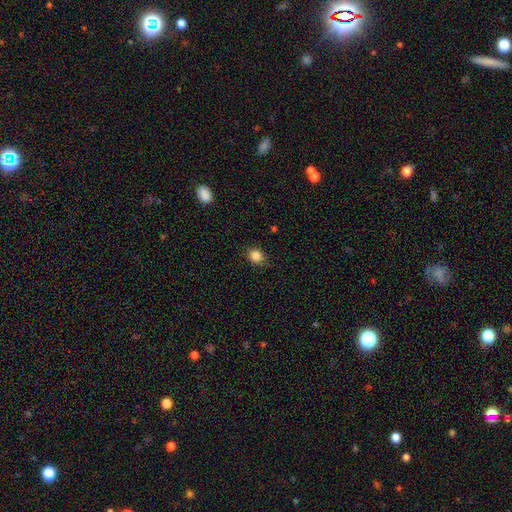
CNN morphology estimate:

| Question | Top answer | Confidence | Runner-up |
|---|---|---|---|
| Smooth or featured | smooth | 85% | star or artifact (11%) |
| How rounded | round | 73% | in between (26%) |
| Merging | none | 84% | minor disturbance (12%) |